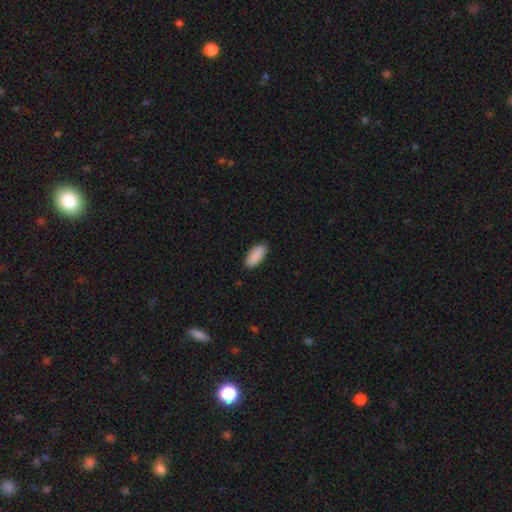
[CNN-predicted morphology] A smooth galaxy with no disk features (91%) that is in between round and cigar-shaped (89%). Merging: none (88%).